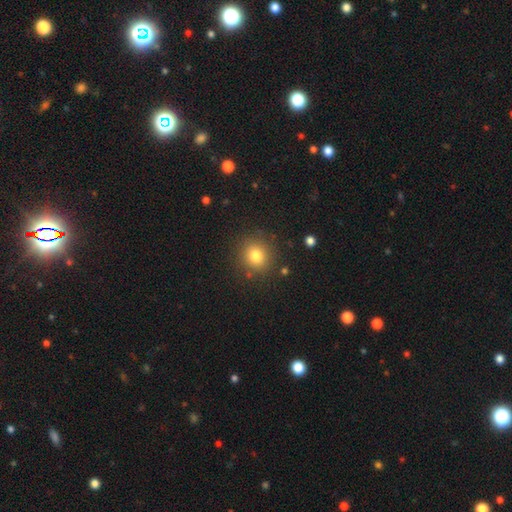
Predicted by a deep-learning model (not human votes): Smooth or featured?
  - smooth: 79% *
  - star or artifact: 13%
  - featured or disk: 8%
How rounded?
  - round: 87% *
  - in between: 12%
  - cigar-shaped: 1%
Merging?
  - none: 87% *
  - minor disturbance: 8%
  - major disturbance: 3%
  - merger: 2%